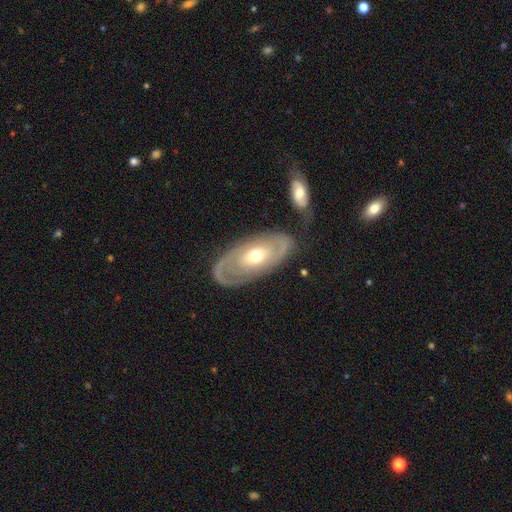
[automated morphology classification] Smooth or featured: featured or disk — 73% (smooth — 22%)
Edge-on disk: no — 90% (yes — 10%)
Bar: no — 71% (weak — 21%)
Spiral arms: yes — 69% (no — 31%)
Bulge size: moderate — 66% (small — 27%)
Merging: none — 73% (minor disturbance — 15%)